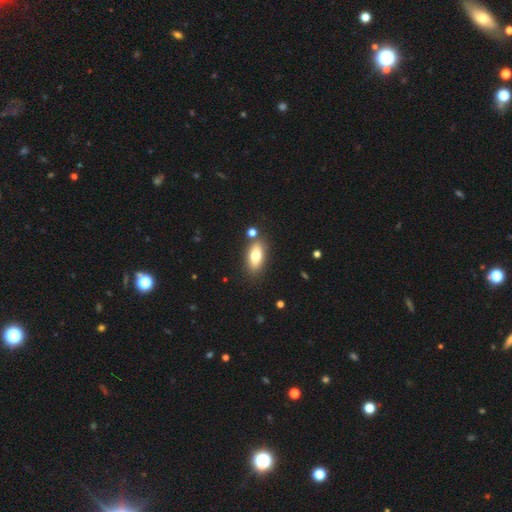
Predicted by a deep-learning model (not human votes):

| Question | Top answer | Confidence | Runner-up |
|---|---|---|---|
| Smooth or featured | smooth | 72% | featured or disk (20%) |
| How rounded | in between | 83% | cigar-shaped (12%) |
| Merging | none | 79% | minor disturbance (11%) |